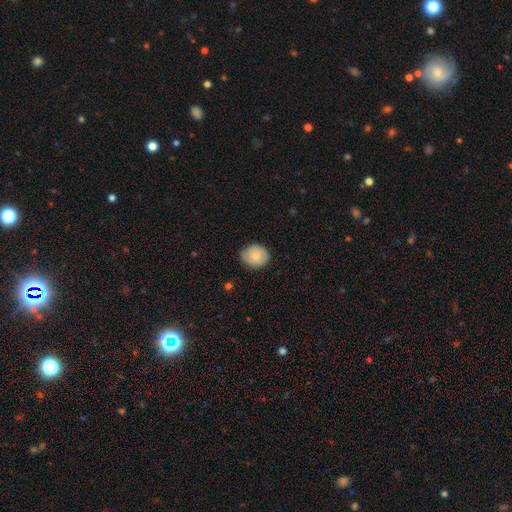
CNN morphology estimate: Smooth or featured? Predicted: smooth (p=0.73). How rounded? Predicted: round (p=0.71). Merging? Predicted: none (p=0.72).